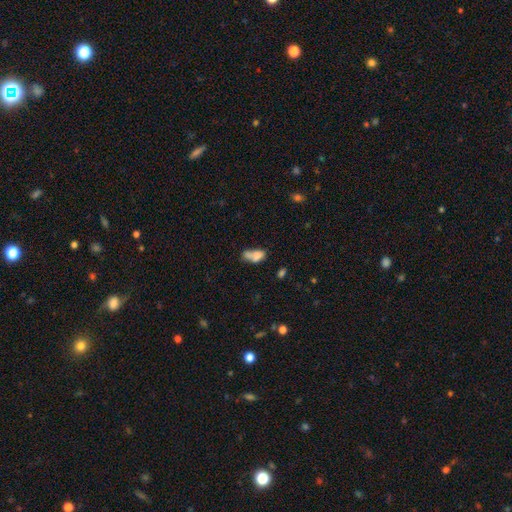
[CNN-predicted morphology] smooth_or_featured: smooth (p=0.72) [alt: featured or disk p=0.17]
how_rounded: in between (p=0.85) [alt: cigar-shaped p=0.08]
merging: merger (p=0.38) [alt: none p=0.26]